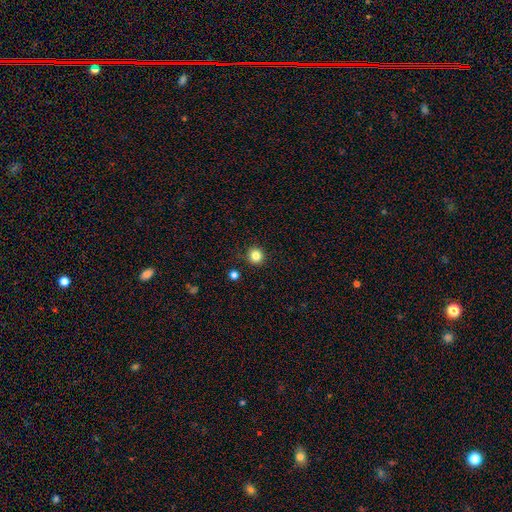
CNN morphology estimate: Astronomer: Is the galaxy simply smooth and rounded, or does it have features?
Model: smooth — 83%.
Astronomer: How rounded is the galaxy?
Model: round — 92%.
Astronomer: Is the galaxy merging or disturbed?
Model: none — 90%.